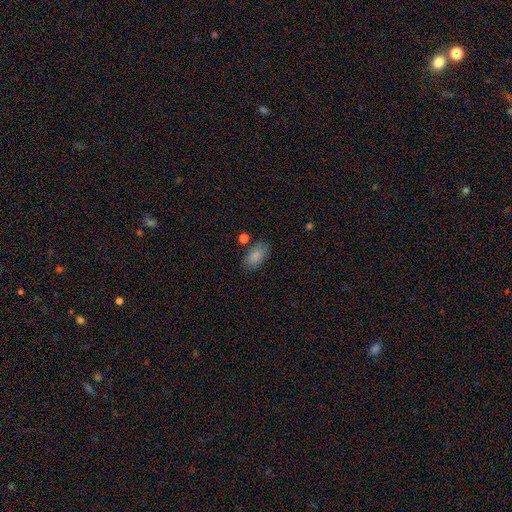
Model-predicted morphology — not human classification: type=smooth (86%); roundness=in between (92%); merging=none (76%).